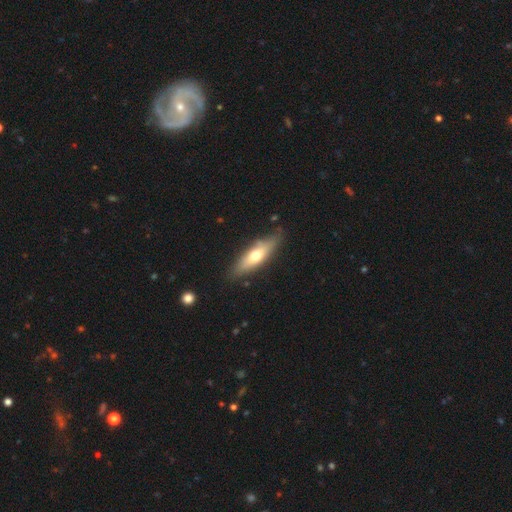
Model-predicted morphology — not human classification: A smooth galaxy with no disk features (55%) that is cigar-shaped (56%).

Vote fractions:
- Smooth or featured? smooth: 55% / featured or disk: 39% / star or artifact: 6%
- How rounded? cigar-shaped: 56% / in between: 41% / round: 2%
- Merging? none: 79% / minor disturbance: 15% / major disturbance: 3% / merger: 2%